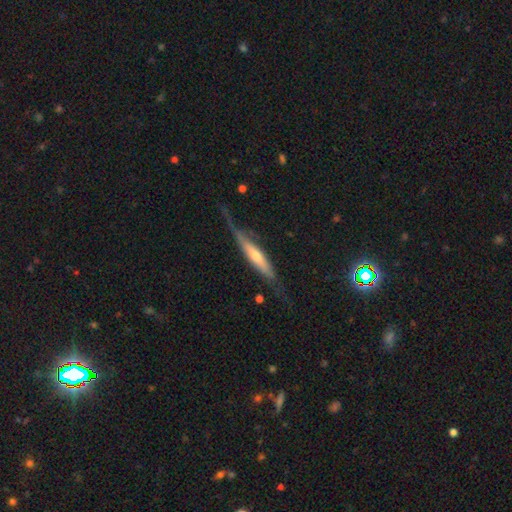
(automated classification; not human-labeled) This is likely a featured or disk galaxy (69%). It is likely viewed edge-on (80%). Edge-on bulge: likely rounded (67%). Merging: possibly none (54%).